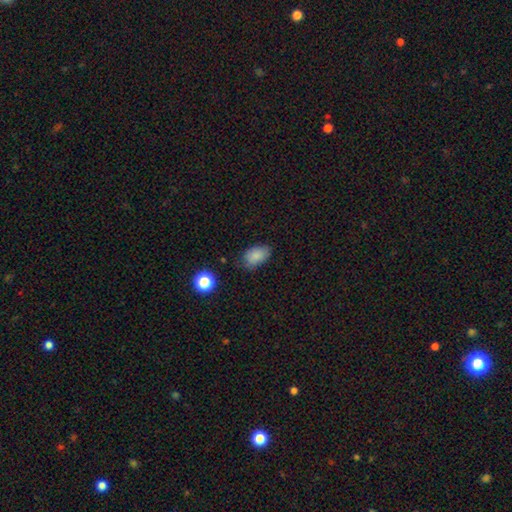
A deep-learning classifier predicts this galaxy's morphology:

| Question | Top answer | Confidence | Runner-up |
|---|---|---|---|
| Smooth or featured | smooth | 83% | star or artifact (10%) |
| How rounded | in between | 87% | round (12%) |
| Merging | none | 70% | minor disturbance (23%) |